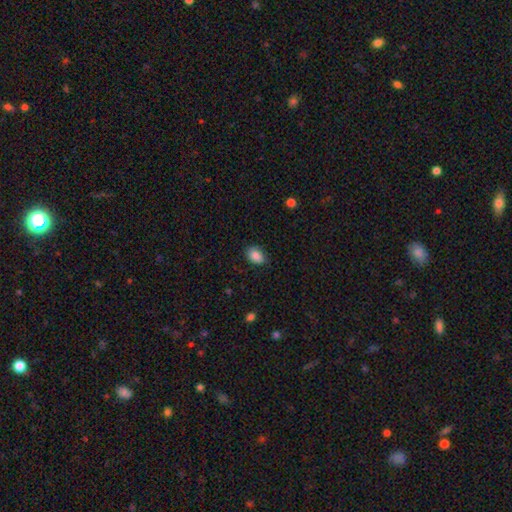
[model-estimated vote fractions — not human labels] Morphology: type=smooth (86%); roundness=in between (76%); merging=none (80%).